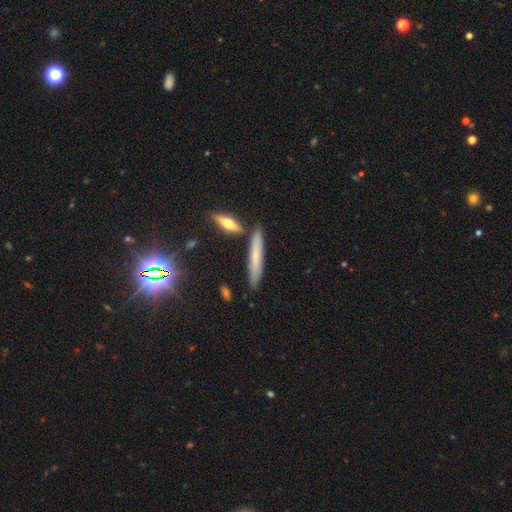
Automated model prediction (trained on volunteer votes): This is possibly a smooth galaxy (59%). How rounded: clearly cigar-shaped (91%). Merging: clearly none (81%).